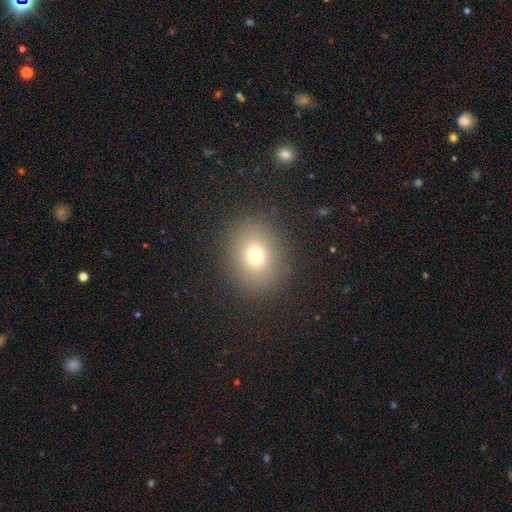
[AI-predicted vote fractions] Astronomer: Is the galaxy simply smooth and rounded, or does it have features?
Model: smooth — 72%.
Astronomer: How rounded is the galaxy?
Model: round — 63%.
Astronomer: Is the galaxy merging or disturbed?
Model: none — 88%.